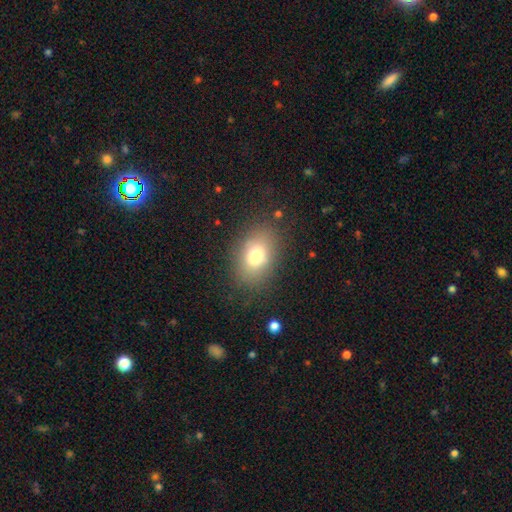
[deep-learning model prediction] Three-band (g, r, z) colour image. It shows a smooth galaxy with no disk features (76%) that is in between round and cigar-shaped (75%). Merging: none (81%).